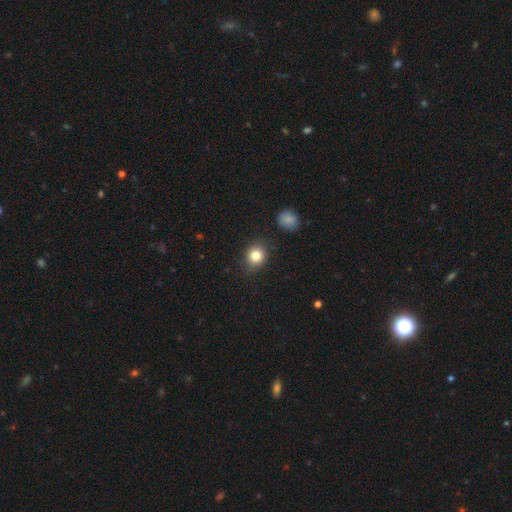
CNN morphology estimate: The model was most divided on "how rounded": round: 72%, in between: 27%, cigar-shaped: 1%. More confident: merging — none (84%); smooth or featured — smooth (83%).